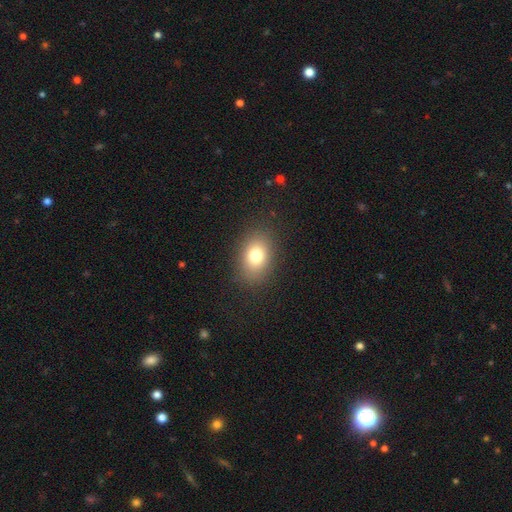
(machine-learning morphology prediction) Smooth or featured?
  - smooth: 78% *
  - star or artifact: 12%
  - featured or disk: 11%
How rounded?
  - in between: 72% *
  - round: 27%
  - cigar-shaped: 1%
Merging?
  - none: 86% *
  - minor disturbance: 9%
  - major disturbance: 4%
  - merger: 1%